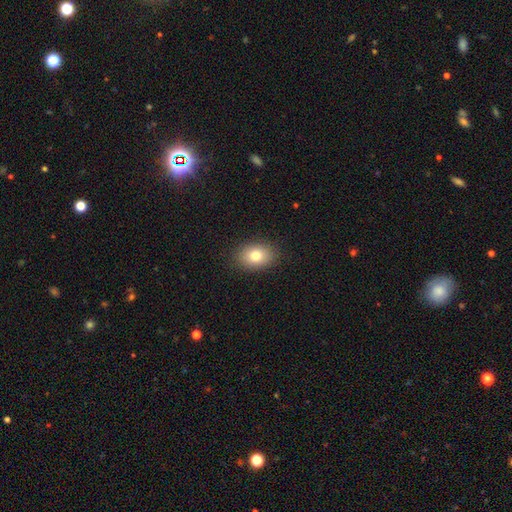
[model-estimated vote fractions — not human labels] The model was most divided on "how rounded": in between: 75%, round: 24%, cigar-shaped: 1%. More confident: merging — none (88%); smooth or featured — smooth (80%).